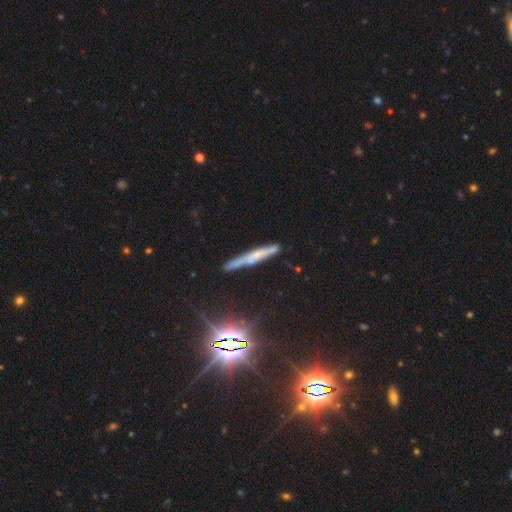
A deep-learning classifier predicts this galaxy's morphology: smooth-or-featured: featured or disk: 45% | smooth: 39% | star or artifact: 16%
  merging: none: 73% | minor disturbance: 19% | merger: 4% | major disturbance: 4%